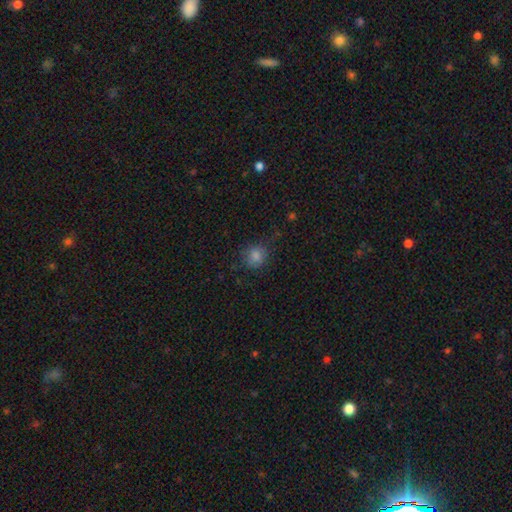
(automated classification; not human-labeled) Morphology: type=smooth (78%); roundness=round (83%); merging=none (75%).